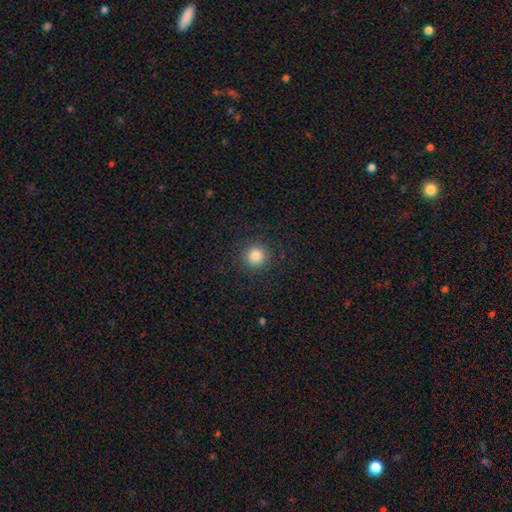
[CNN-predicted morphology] Smooth or featured?
  - smooth: 84% *
  - star or artifact: 12%
  - featured or disk: 5%
How rounded?
  - round: 94% *
  - in between: 5%
  - cigar-shaped: 1%
Merging?
  - none: 90% *
  - minor disturbance: 6%
  - major disturbance: 3%
  - merger: 1%